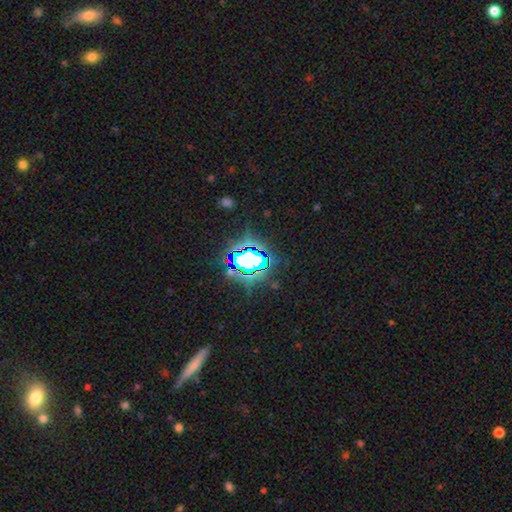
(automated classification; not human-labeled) The model was most divided on "smooth or featured": star or artifact: 71%, smooth: 17%, featured or disk: 12%.